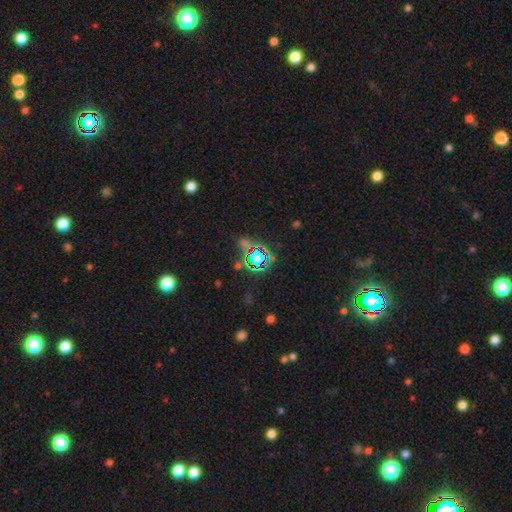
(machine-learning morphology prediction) This appears to be a star or artifact, not a galaxy (77%).